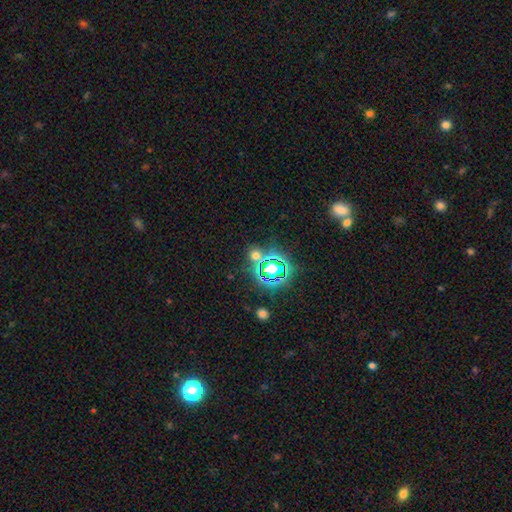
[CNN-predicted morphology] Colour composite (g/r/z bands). It shows a star or artifact, not a galaxy (49%).